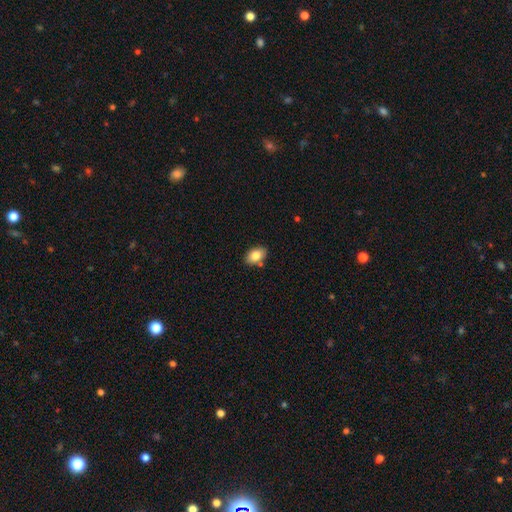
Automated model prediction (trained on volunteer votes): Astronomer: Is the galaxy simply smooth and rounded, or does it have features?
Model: smooth — 83%.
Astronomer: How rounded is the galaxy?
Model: in between — 87%.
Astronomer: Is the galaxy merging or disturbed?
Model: none — 82%.